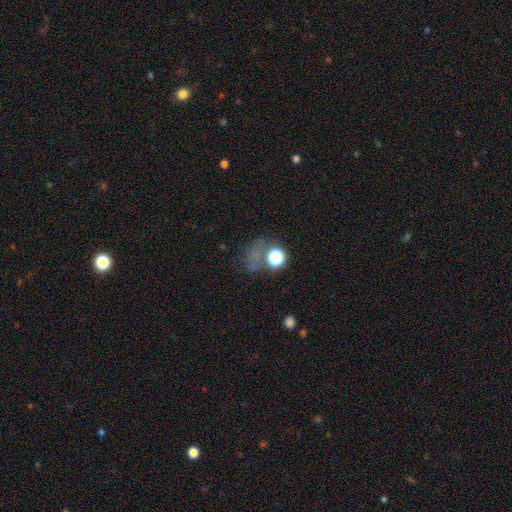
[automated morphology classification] This is marginally a smooth galaxy (45%). Merging: possibly none (53%).